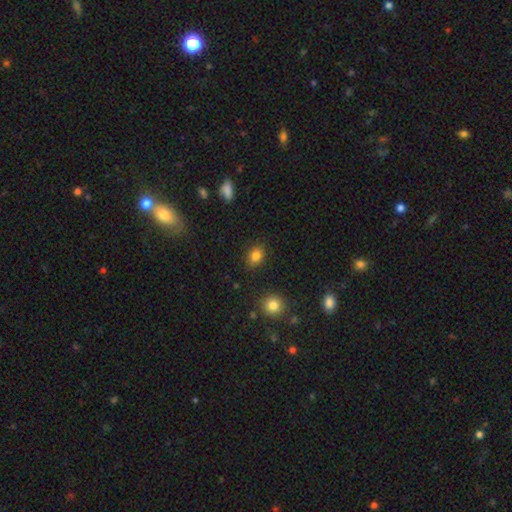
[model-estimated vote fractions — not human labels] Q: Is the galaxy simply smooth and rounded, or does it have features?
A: smooth — 83%.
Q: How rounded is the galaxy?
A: in between — 70%.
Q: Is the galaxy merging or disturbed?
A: none — 86%.